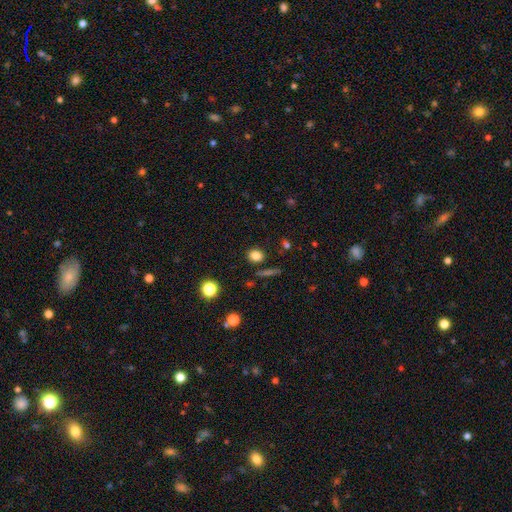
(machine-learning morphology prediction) smooth 82%, star or artifact 13%, featured or disk 6%. Down the decision tree: how rounded — round (66%); merging — none (85%).